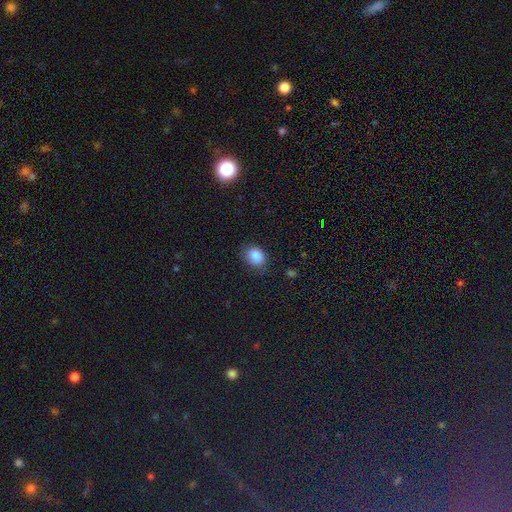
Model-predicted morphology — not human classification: Q: Smooth or featured?
A: smooth (84%); runner-up: star or artifact (10%)
Q: How rounded?
A: in between (57%); runner-up: round (42%)
Q: Merging?
A: none (80%); runner-up: minor disturbance (16%)